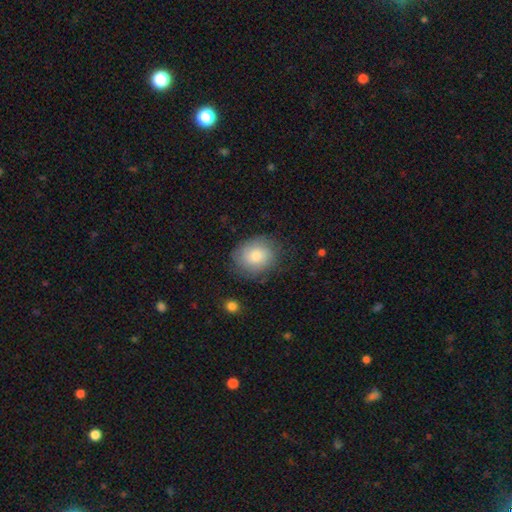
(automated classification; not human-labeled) The model was most divided on "how rounded": round: 60%, in between: 40%, cigar-shaped: 1%. More confident: merging — none (76%); smooth or featured — smooth (68%).